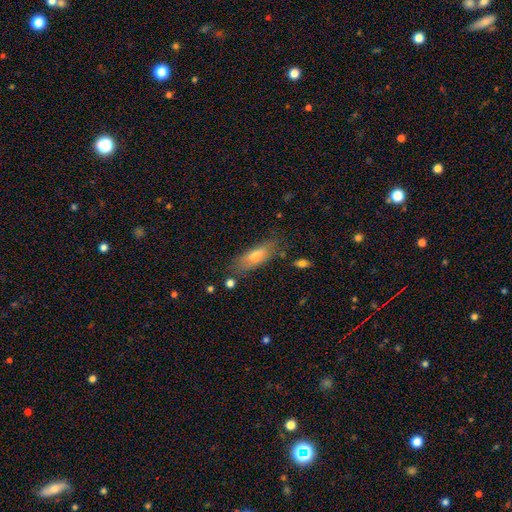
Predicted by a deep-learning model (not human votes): Morphology: type=smooth (67%); roundness=in between (59%); merging=none (73%).